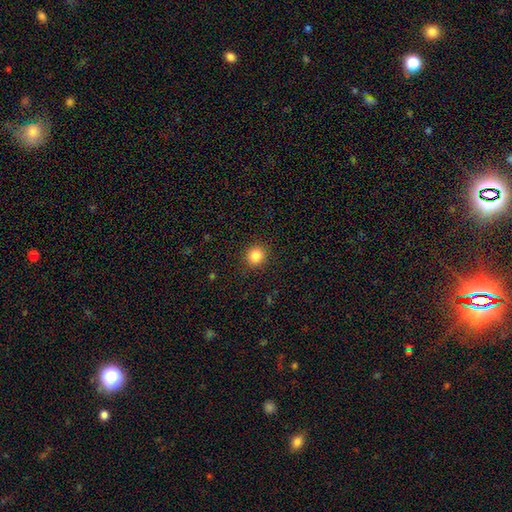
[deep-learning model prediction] Q: Smooth or featured?
A: smooth (85%); runner-up: star or artifact (11%)
Q: How rounded?
A: round (91%); runner-up: in between (8%)
Q: Merging?
A: none (91%); runner-up: minor disturbance (6%)